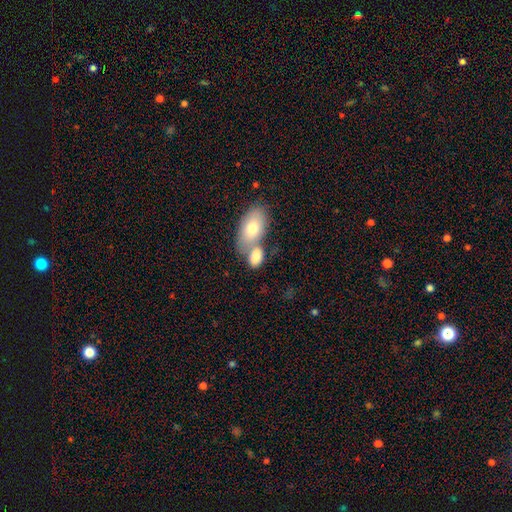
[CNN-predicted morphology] Smooth or featured? Predicted: smooth (p=0.79). How rounded? Predicted: in between (p=0.89). Merging? Predicted: merger (p=0.54).